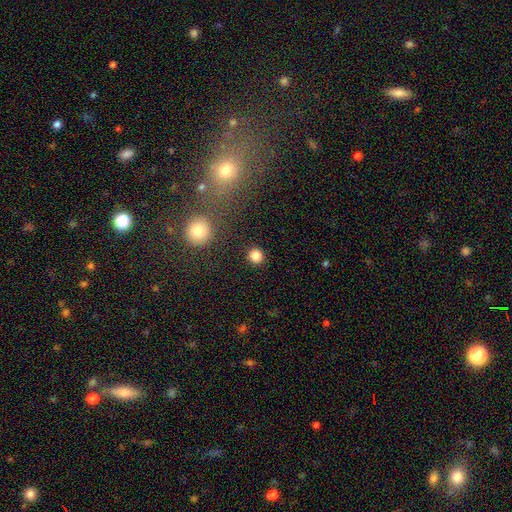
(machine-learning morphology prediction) Overall: smooth (84%). How rounded: round (91%). Merging: none (91%).